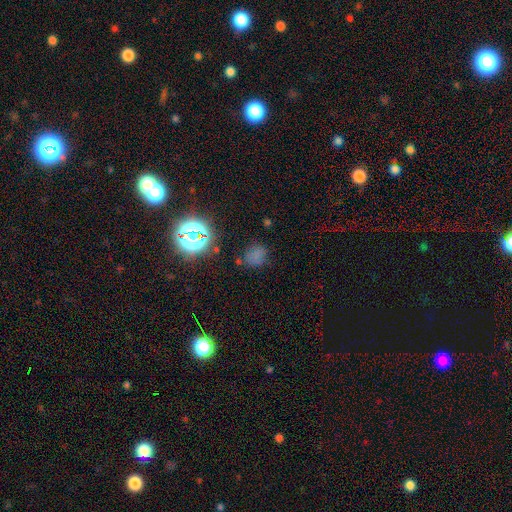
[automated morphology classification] A smooth galaxy with no disk features (59%) that is round (67%). Merging: none (68%).